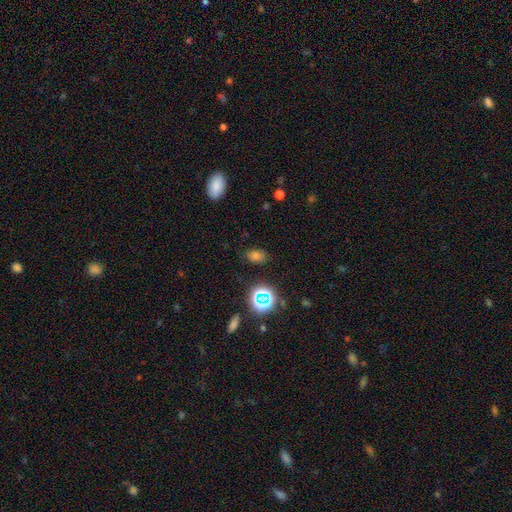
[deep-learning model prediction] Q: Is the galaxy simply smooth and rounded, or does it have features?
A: smooth — 65%.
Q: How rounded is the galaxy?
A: in between — 74%.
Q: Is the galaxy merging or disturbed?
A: none — 84%.